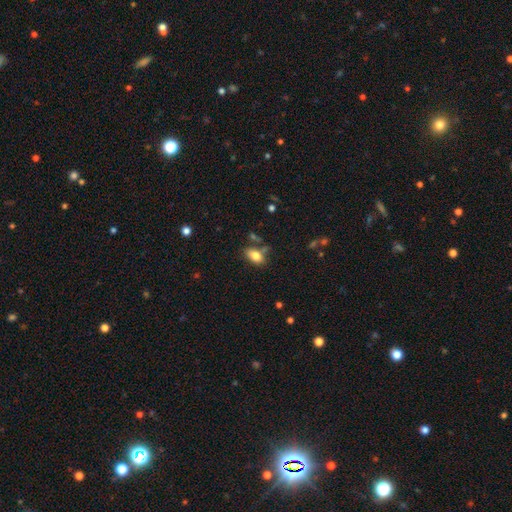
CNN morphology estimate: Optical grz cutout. It shows a smooth galaxy with no disk features (79%) that is in between round and cigar-shaped (88%). Merging: none (65%).